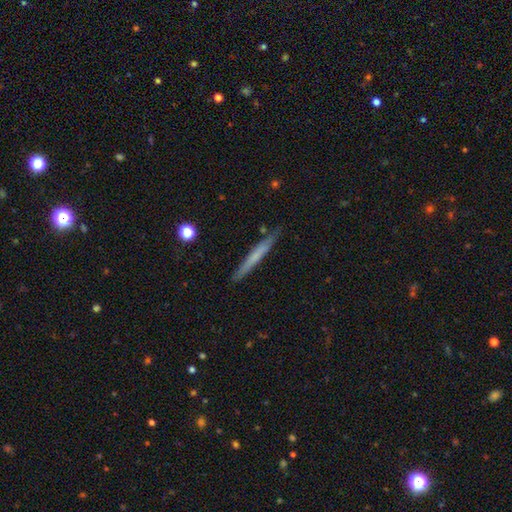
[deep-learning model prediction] A smooth galaxy with no disk features (55%) that is cigar-shaped (96%).

Vote fractions:
- Smooth or featured? smooth: 55% / featured or disk: 39% / star or artifact: 6%
- How rounded? cigar-shaped: 96% / in between: 2% / round: 1%
- Merging? none: 87% / minor disturbance: 10% / major disturbance: 2% / merger: 2%